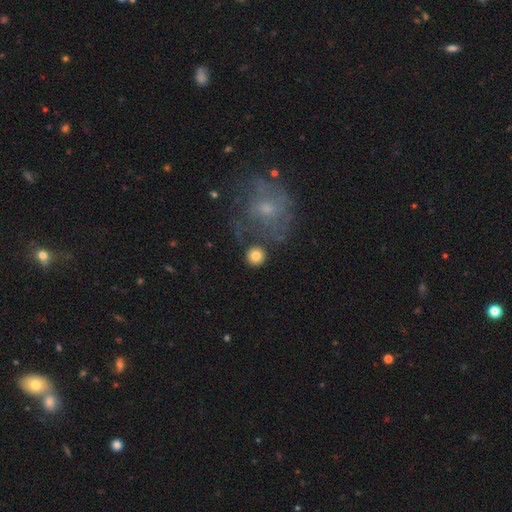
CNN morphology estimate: The model was most divided on "smooth or featured": smooth: 83%, featured or disk: 9%, star or artifact: 8%. More confident: how rounded — round (94%); merging — none (83%).